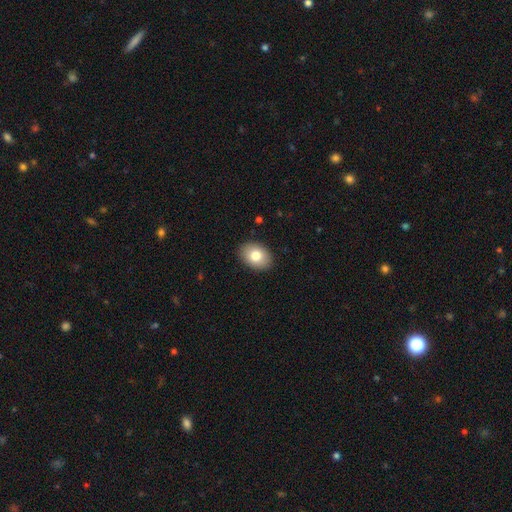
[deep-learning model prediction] The model was most divided on "how rounded": in between: 77%, round: 22%, cigar-shaped: 1%. More confident: merging — none (90%); smooth or featured — smooth (81%).